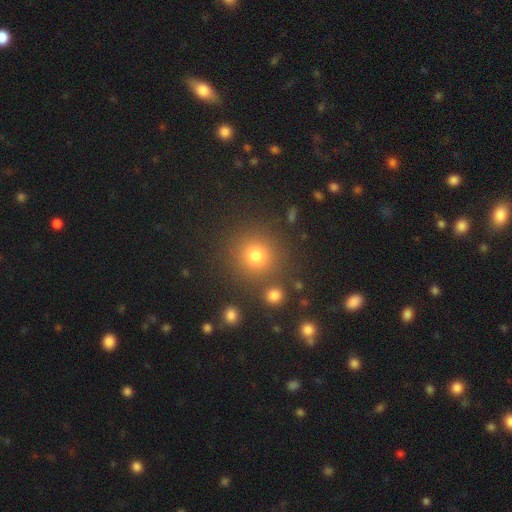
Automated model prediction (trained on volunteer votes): This appears to be a smooth galaxy with no disk features (75%) that is round (93%). Merging: none (86%).